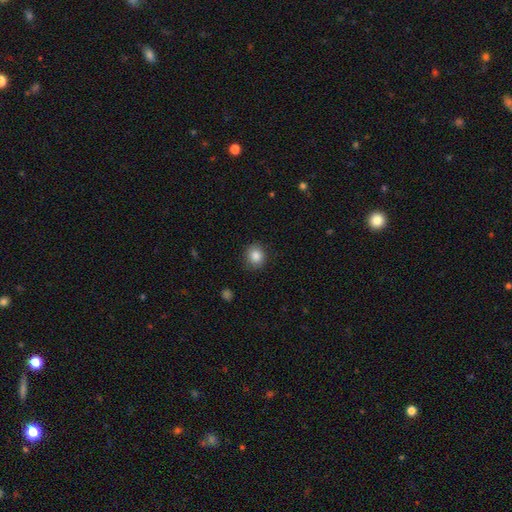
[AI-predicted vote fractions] The model was most divided on "how rounded": round: 81%, in between: 18%, cigar-shaped: 1%. More confident: smooth or featured — smooth (86%); merging — none (86%).